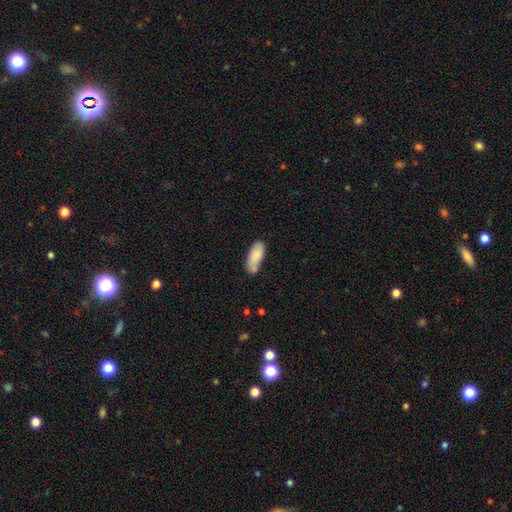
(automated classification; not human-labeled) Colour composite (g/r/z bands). It shows a smooth galaxy with no disk features (83%) that is in between round and cigar-shaped (75%). Merging: none (55%).